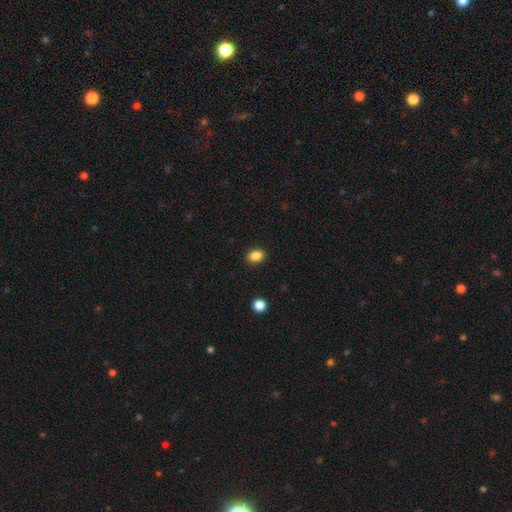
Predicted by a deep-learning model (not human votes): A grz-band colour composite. It shows a smooth galaxy with no disk features (86%) that is in between round and cigar-shaped (66%). Merging: none (90%).